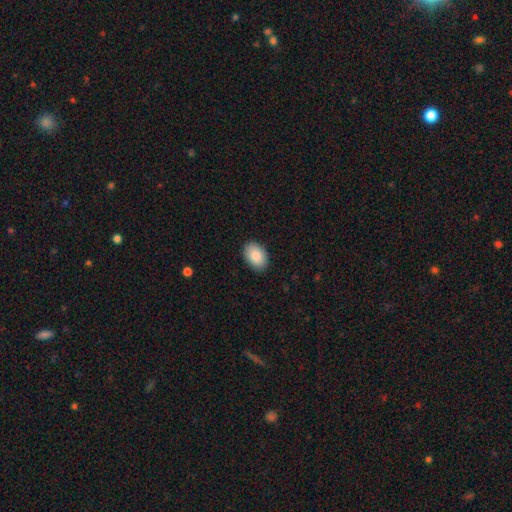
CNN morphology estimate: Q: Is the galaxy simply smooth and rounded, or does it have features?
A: smooth — 88%.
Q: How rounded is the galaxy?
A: in between — 86%.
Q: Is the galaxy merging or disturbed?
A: none — 89%.